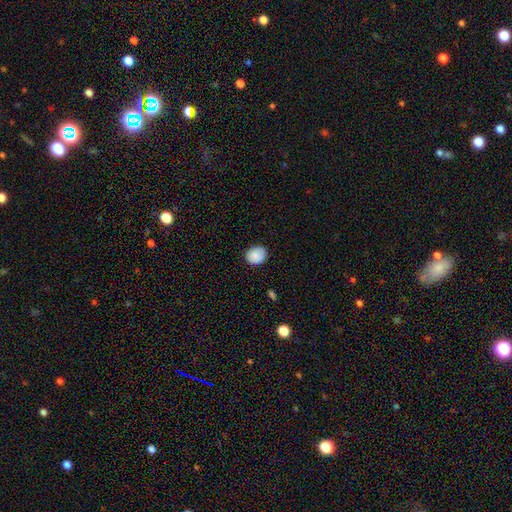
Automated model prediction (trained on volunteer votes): smooth_or_featured: smooth (p=0.87) [alt: star or artifact p=0.08]
how_rounded: round (p=0.69) [alt: in between p=0.30]
merging: none (p=0.84) [alt: minor disturbance p=0.12]